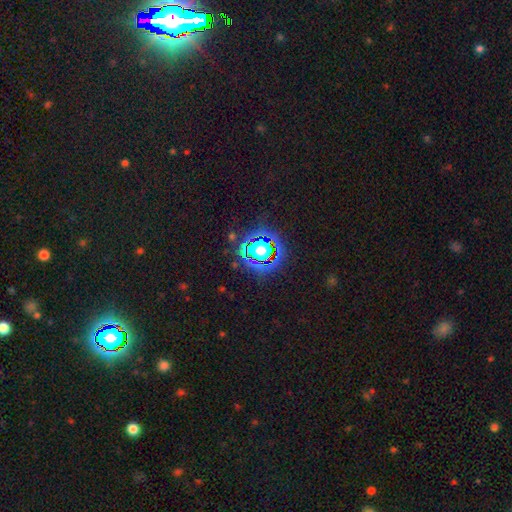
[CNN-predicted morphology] Q: Smooth or featured?
A: star or artifact (79%); runner-up: smooth (14%)